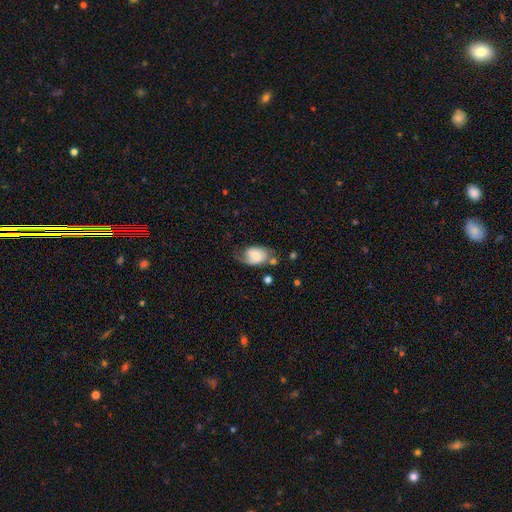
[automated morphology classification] A featured or disk galaxy (47%).

Vote fractions:
- Smooth or featured? featured or disk: 47% / smooth: 45% / star or artifact: 8%
- Merging? none: 43% / minor disturbance: 30% / major disturbance: 20% / merger: 7%